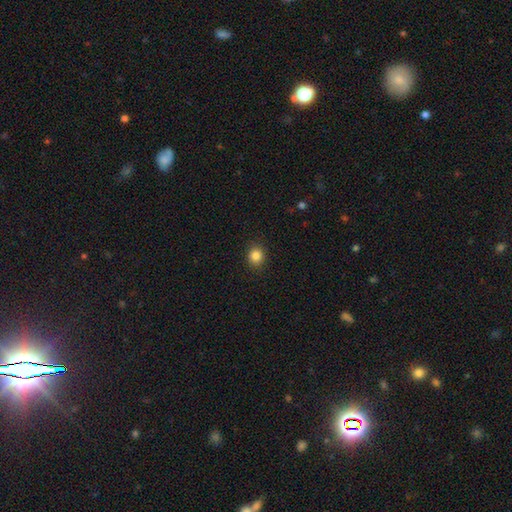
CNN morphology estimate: The model was most divided on "how rounded": round: 83%, in between: 17%, cigar-shaped: 1%. More confident: merging — none (90%); smooth or featured — smooth (86%).